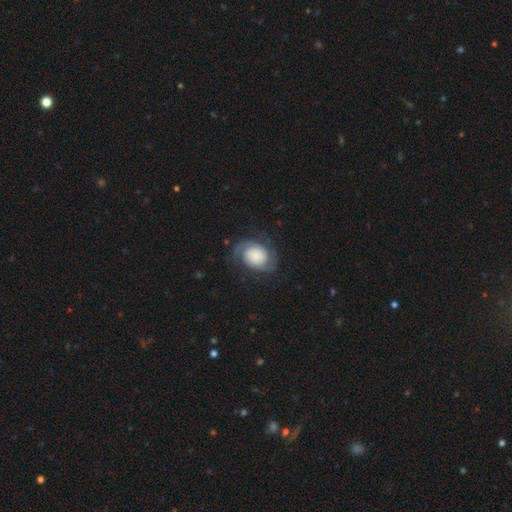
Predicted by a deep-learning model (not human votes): Q: Smooth or featured?
A: featured or disk (71%); runner-up: smooth (21%)
Q: Edge-on disk?
A: no (98%); runner-up: yes (2%)
Q: Bar?
A: no (78%); runner-up: weak (17%)
Q: Spiral arms?
A: yes (94%); runner-up: no (6%)
Q: Spiral winding?
A: medium (42%); runner-up: tight (34%)
Q: Spiral arm count?
A: 2 (90%); runner-up: can't tell (3%)
Q: Bulge size?
A: large (31%); runner-up: dominant (26%)
Q: Merging?
A: none (72%); runner-up: minor disturbance (17%)